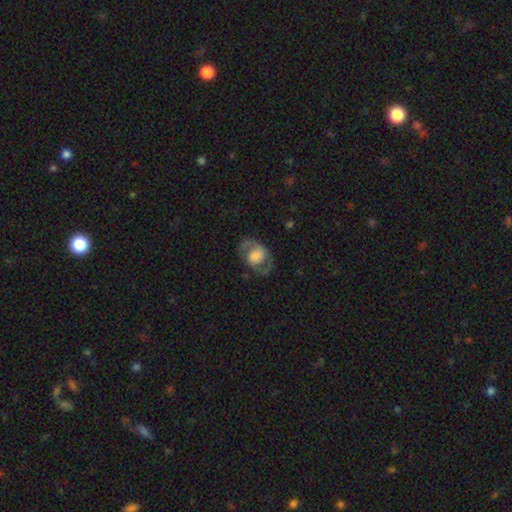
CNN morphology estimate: Q: Smooth or featured?
A: featured or disk (56%); runner-up: smooth (36%)
Q: Edge-on disk?
A: no (95%); runner-up: yes (5%)
Q: Bar?
A: no (63%); runner-up: weak (28%)
Q: Spiral arms?
A: yes (67%); runner-up: no (33%)
Q: Bulge size?
A: large (45%); runner-up: moderate (23%)
Q: Merging?
A: none (63%); runner-up: minor disturbance (19%)